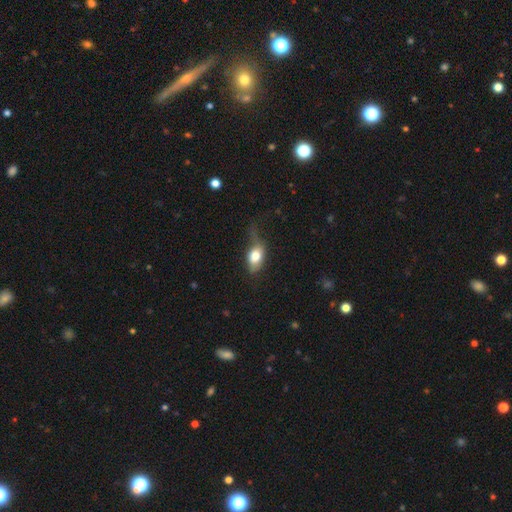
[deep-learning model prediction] Overall: smooth (74%). How rounded: in between (82%). Merging: minor disturbance (35%; none 33%).